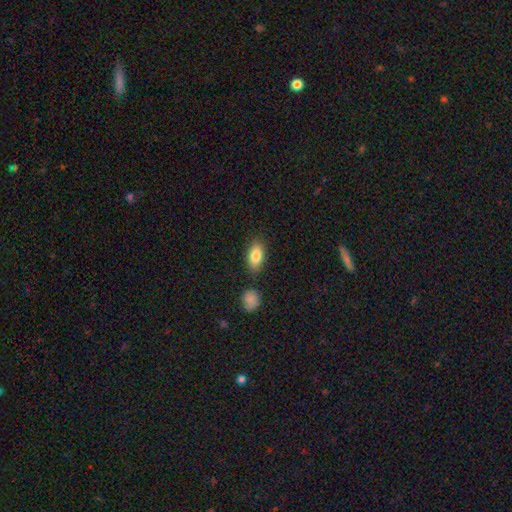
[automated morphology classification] A smooth galaxy with no disk features (84%) that is in between round and cigar-shaped (89%). Merging: none (80%).